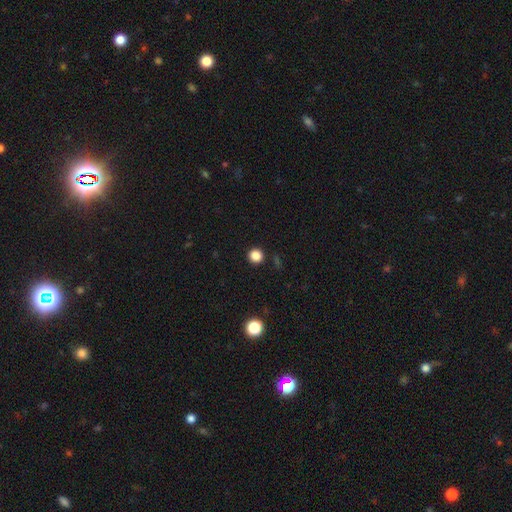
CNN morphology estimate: Smooth or featured? smooth (85%)
How rounded? round (94%)
Merging? none (92%)